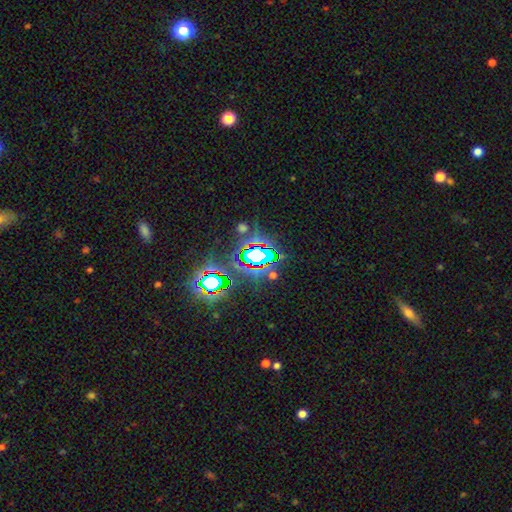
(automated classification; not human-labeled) Smooth or featured: star or artifact — 69% (smooth — 17%)